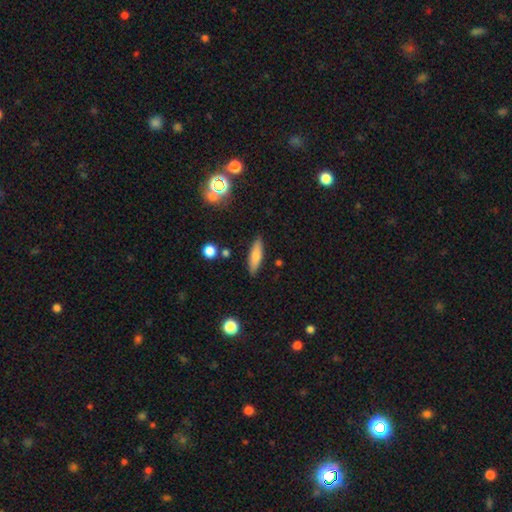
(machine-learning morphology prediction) This is likely a smooth galaxy (73%). How rounded: possibly cigar-shaped (57%). Merging: clearly none (86%).